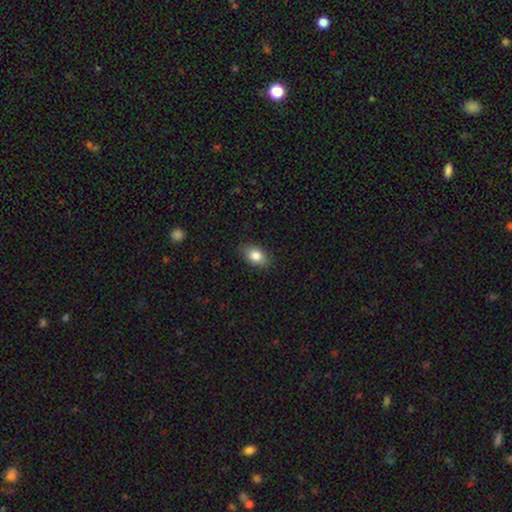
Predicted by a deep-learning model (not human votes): smooth-or-featured: smooth: 83% | featured or disk: 9% | star or artifact: 8%
  how-rounded: in between: 86% | round: 12% | cigar-shaped: 2%
  merging: none: 86% | minor disturbance: 10% | major disturbance: 2% | merger: 1%